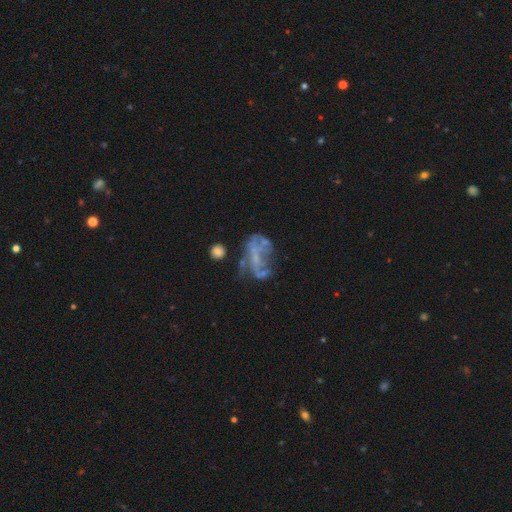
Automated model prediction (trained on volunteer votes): A featured or disk galaxy (66%) with no bar (70%), no spiral arms (65%) and no central bulge (58%). Merging: major disturbance (36%).